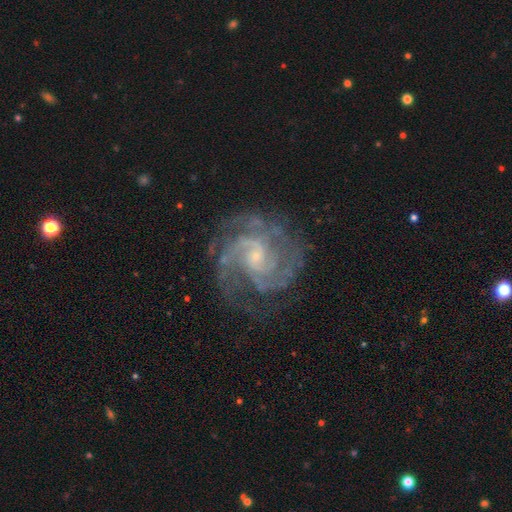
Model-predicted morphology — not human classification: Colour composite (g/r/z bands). It shows a featured or disk galaxy (91%) with no bar (53%), 2 (38%) tight (50%) spiral arms (98%) and a small central bulge (74%). Merging: none (73%).